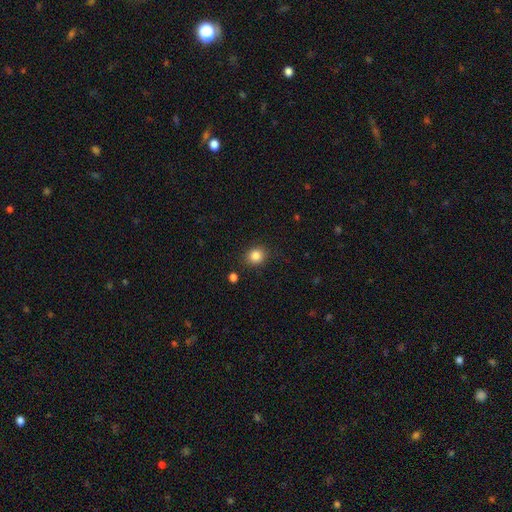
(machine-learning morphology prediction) Smooth or featured? smooth (85%)
How rounded? round (75%)
Merging? none (86%)